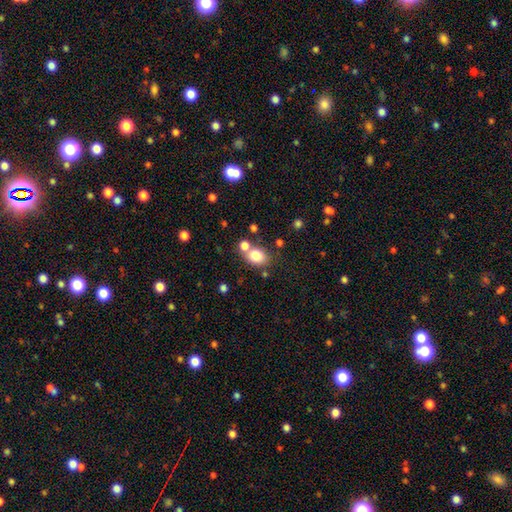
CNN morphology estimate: Smooth or featured?
  - smooth: 79% *
  - star or artifact: 11%
  - featured or disk: 10%
How rounded?
  - in between: 51% *
  - round: 47%
  - cigar-shaped: 1%
Merging?
  - none: 59% *
  - merger: 26%
  - minor disturbance: 11%
  - major disturbance: 4%